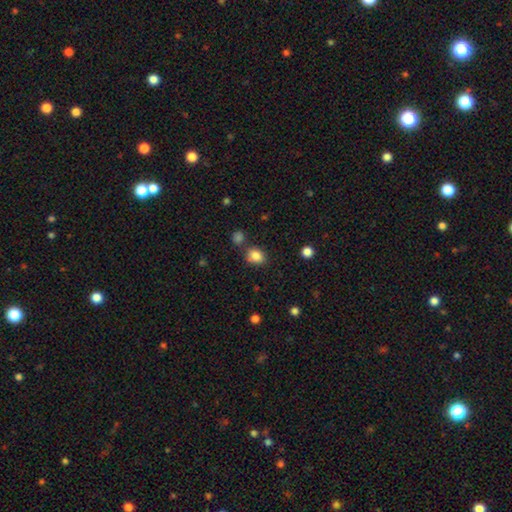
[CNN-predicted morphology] smooth 84%, star or artifact 10%, featured or disk 5%. Down the decision tree: how rounded — in between (55%); merging — none (72%).